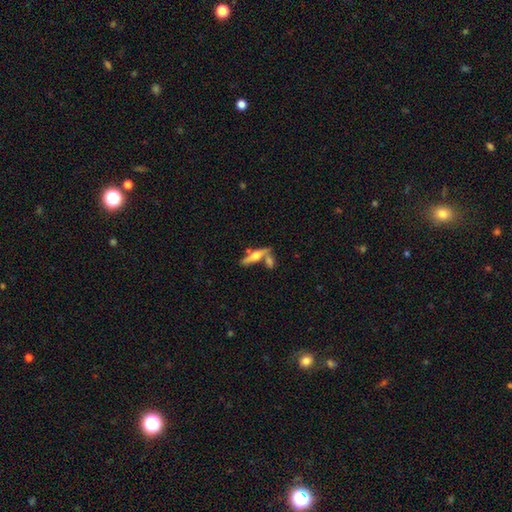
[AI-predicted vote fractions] smooth_or_featured: featured or disk (p=0.61) [alt: smooth p=0.32]
disk_edge_on: yes (p=0.91) [alt: no p=0.09]
edge_on_bulge: rounded (p=0.93) [alt: boxy p=0.04]
merging: none (p=0.55) [alt: merger p=0.28]